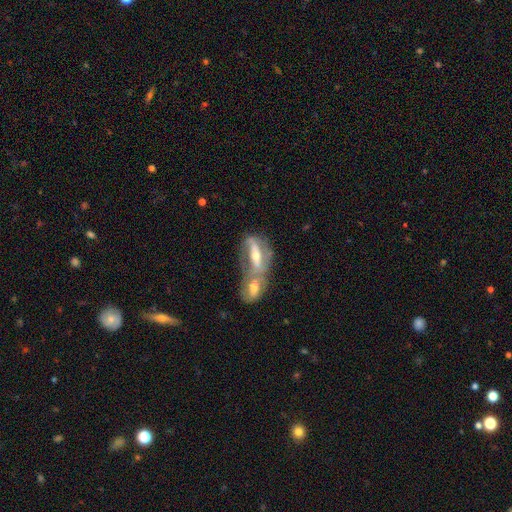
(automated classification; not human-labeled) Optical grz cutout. It shows a featured or disk galaxy (70%) with a strong bar (48%), spiral arms (66%) and a moderate central bulge (62%). Merging: merger (67%).